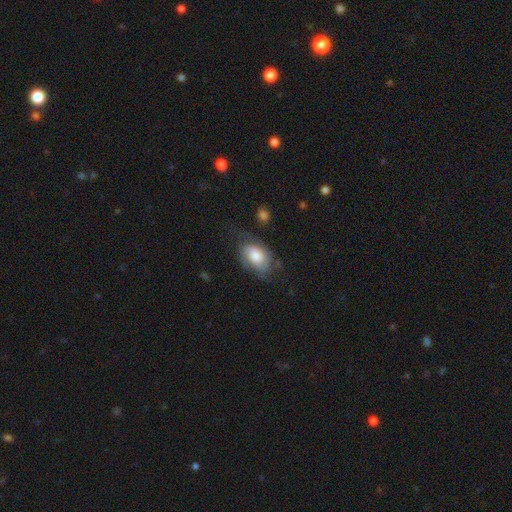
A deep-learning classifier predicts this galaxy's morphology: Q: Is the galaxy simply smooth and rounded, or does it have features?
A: smooth — 61%.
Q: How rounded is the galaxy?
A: in between — 87%.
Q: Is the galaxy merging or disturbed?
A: none — 47%.